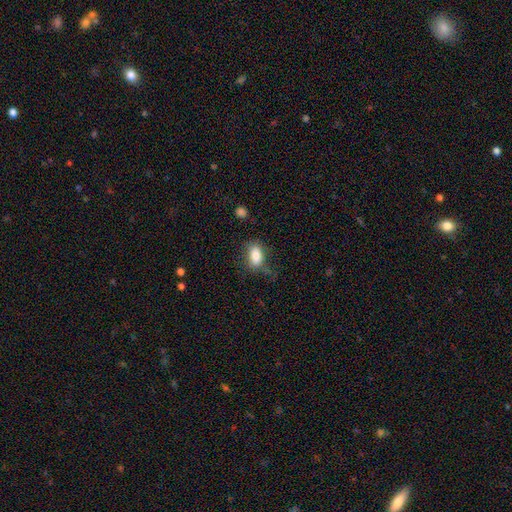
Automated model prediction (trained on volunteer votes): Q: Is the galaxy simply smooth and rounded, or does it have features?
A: smooth — 83%.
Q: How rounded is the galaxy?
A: in between — 88%.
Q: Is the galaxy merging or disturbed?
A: none — 63%.